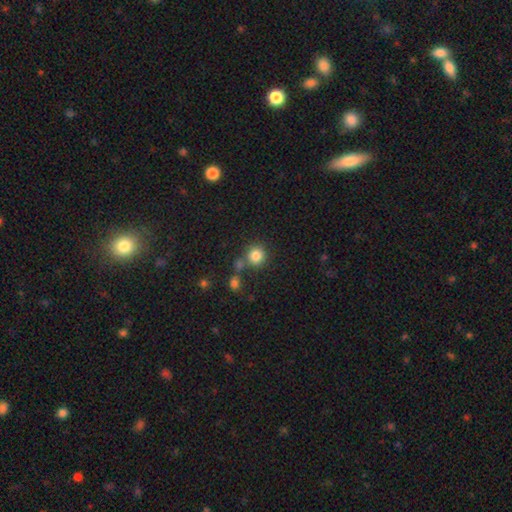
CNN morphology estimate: Smooth or featured?
  - smooth: 83% *
  - star or artifact: 11%
  - featured or disk: 6%
How rounded?
  - round: 91% *
  - in between: 8%
  - cigar-shaped: 1%
Merging?
  - none: 68% *
  - merger: 18%
  - minor disturbance: 10%
  - major disturbance: 4%